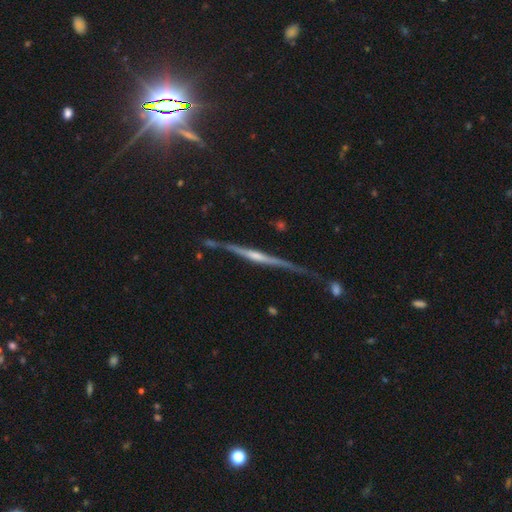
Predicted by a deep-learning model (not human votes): This is likely a featured or disk galaxy (79%). It is clearly viewed edge-on (97%). Edge-on bulge: likely rounded (74%). Merging: likely none (77%).